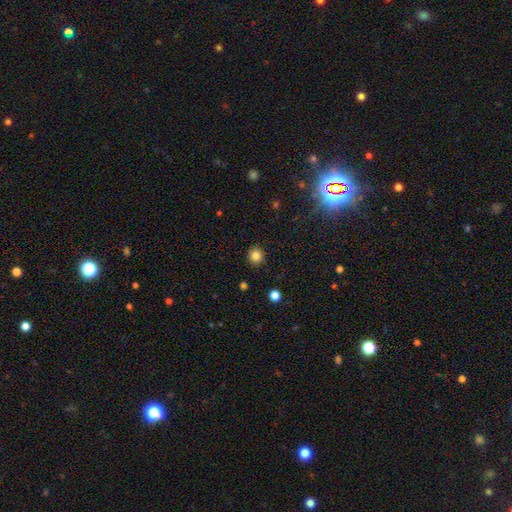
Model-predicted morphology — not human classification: Smooth or featured? smooth (83%)
How rounded? round (89%)
Merging? none (91%)